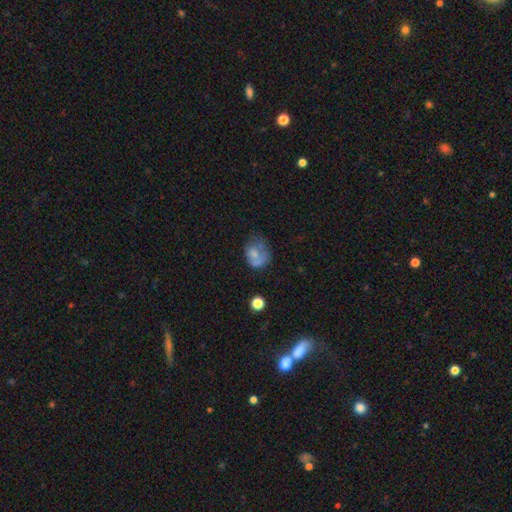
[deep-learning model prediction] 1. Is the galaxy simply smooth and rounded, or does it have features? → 56% smooth, 33% featured or disk, 11% star or artifact.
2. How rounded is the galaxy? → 51% round, 48% in between, 1% cigar-shaped.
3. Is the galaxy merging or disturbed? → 34% major disturbance, 31% none, 26% minor disturbance, 9% merger.